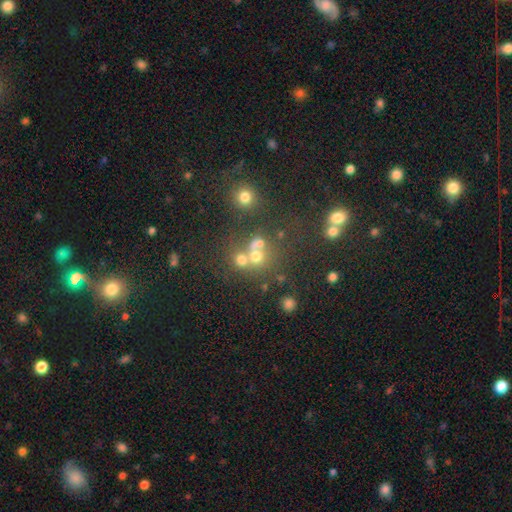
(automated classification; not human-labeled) Overall: smooth (63%; star or artifact 23%). How rounded: round (84%). Merging: none (51%; merger 35%).